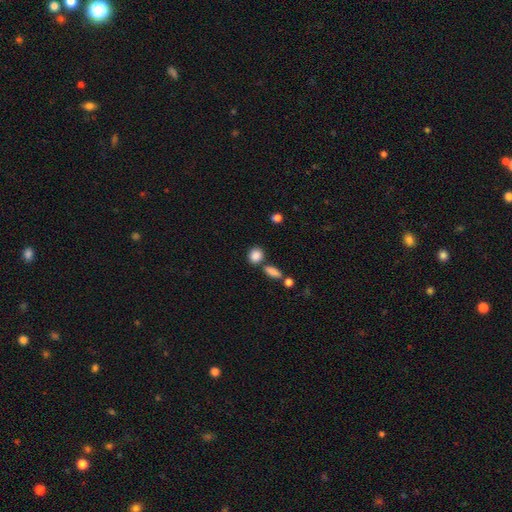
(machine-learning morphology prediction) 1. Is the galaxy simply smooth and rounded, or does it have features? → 86% smooth, 9% star or artifact, 5% featured or disk.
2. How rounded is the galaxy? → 64% round, 34% in between, 3% cigar-shaped.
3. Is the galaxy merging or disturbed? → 67% none, 18% merger, 12% minor disturbance, 4% major disturbance.